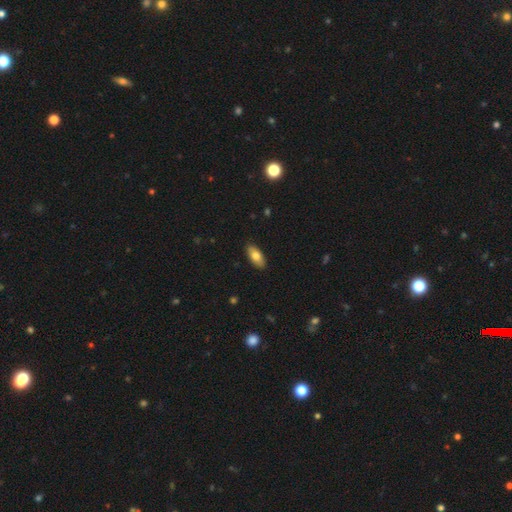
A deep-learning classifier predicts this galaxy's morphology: Smooth or featured: smooth — 78% (featured or disk — 16%)
How rounded: in between — 89% (cigar-shaped — 9%)
Merging: none — 89% (minor disturbance — 9%)